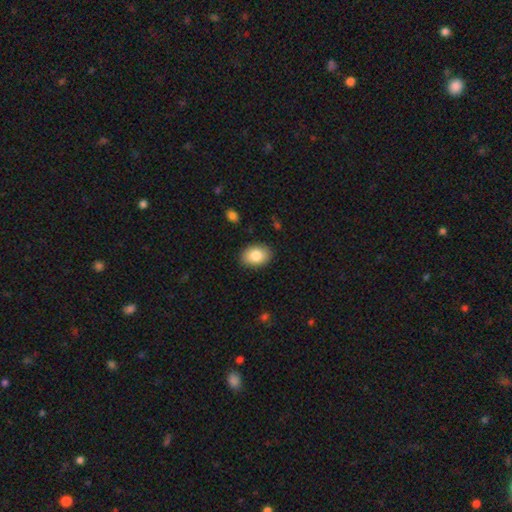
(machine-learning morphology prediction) smooth_or_featured: smooth (p=0.84) [alt: featured or disk p=0.09]
how_rounded: in between (p=0.80) [alt: round p=0.19]
merging: none (p=0.88) [alt: minor disturbance p=0.09]